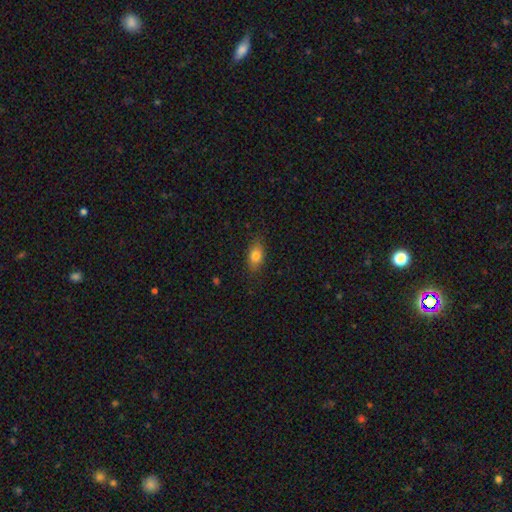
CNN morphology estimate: Smooth or featured?
  - smooth: 79% *
  - featured or disk: 12%
  - star or artifact: 9%
How rounded?
  - in between: 82% *
  - round: 12%
  - cigar-shaped: 6%
Merging?
  - none: 83% *
  - minor disturbance: 13%
  - major disturbance: 3%
  - merger: 1%